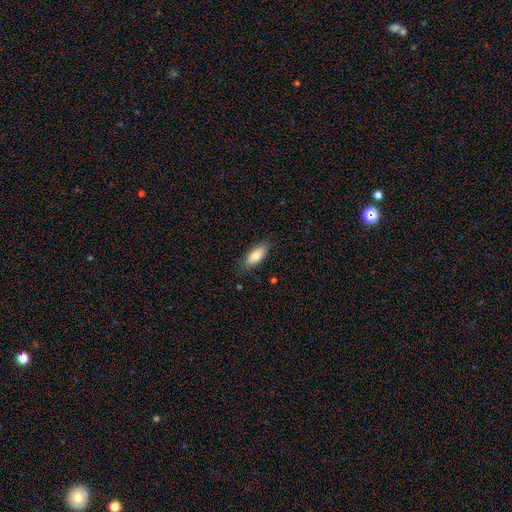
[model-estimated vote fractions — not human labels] Overall: smooth (81%). How rounded: in between (80%). Merging: none (81%).